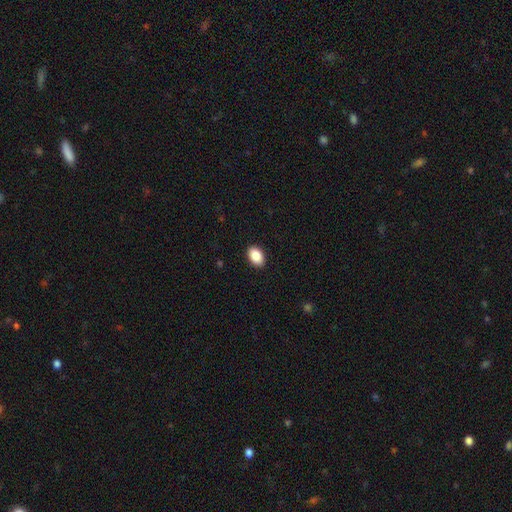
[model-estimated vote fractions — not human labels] Smooth or featured?
  - smooth: 89% *
  - star or artifact: 7%
  - featured or disk: 4%
How rounded?
  - in between: 88% *
  - round: 10%
  - cigar-shaped: 1%
Merging?
  - none: 89% *
  - minor disturbance: 8%
  - major disturbance: 2%
  - merger: 1%